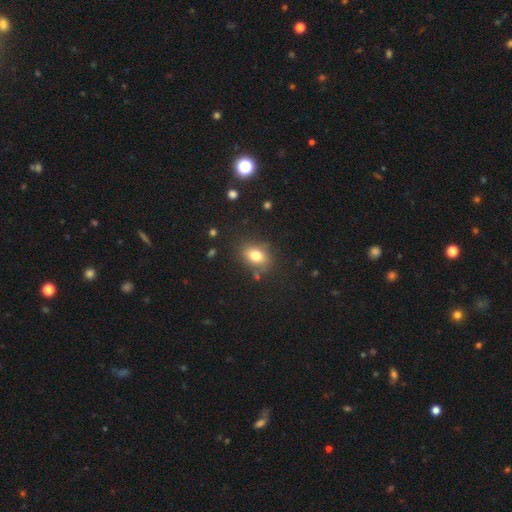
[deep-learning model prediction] smooth 77%, star or artifact 12%, featured or disk 11%. Down the decision tree: how rounded — in between (63%); merging — none (78%).